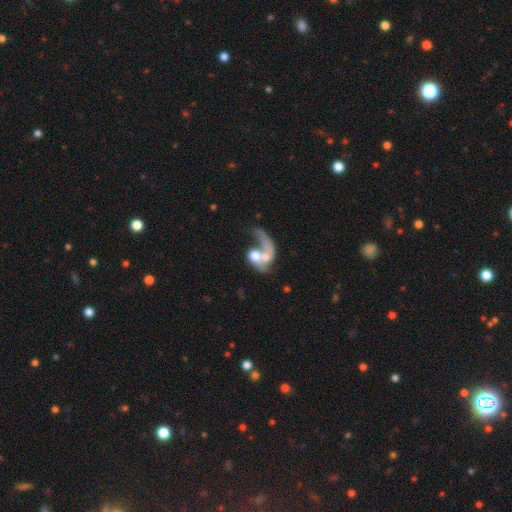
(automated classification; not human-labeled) A featured or disk galaxy (54%) with no bar (77%), spiral arms (60%) and a moderate central bulge (43%).

Vote fractions:
- Smooth or featured? featured or disk: 54% / smooth: 37% / star or artifact: 9%
- Edge-on disk? no: 96% / yes: 4%
- Bar? no: 77% / weak: 18% / strong: 5%
- Spiral arms? yes: 60% / no: 40%
- Bulge size? moderate: 43% / large: 24% / small: 15% / none: 12% / dominant: 6%
- Merging? merger: 59% / major disturbance: 24% / none: 11% / minor disturbance: 6%